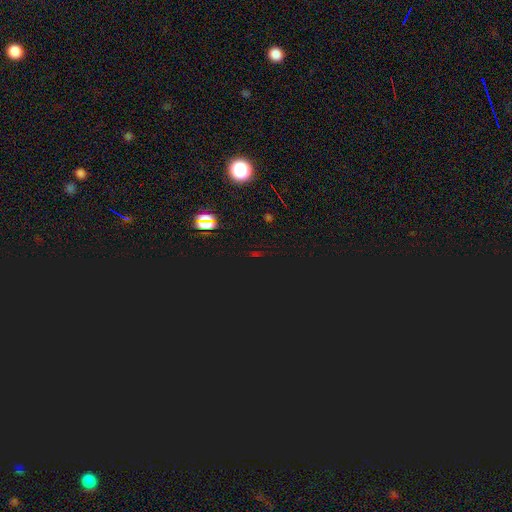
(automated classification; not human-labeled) star or artifact 83%, smooth 11%, featured or disk 6%.